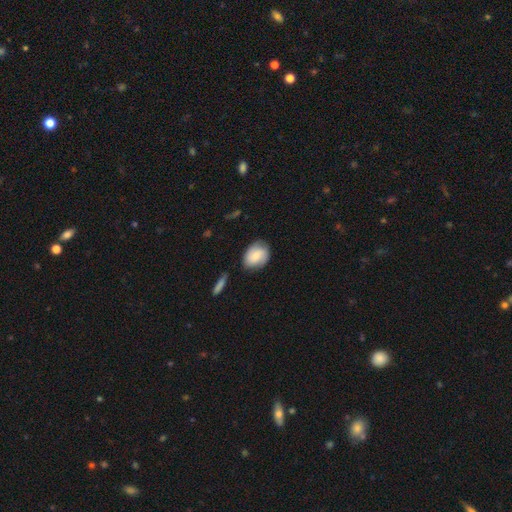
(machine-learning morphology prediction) Overall: smooth (62%; featured or disk 31%). How rounded: in between (67%; round 32%). Merging: none (72%).